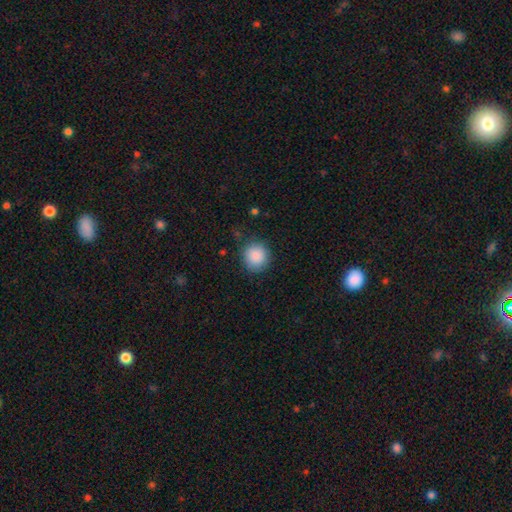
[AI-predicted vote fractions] Smooth or featured: smooth — 89% (star or artifact — 8%)
How rounded: round — 90% (in between — 9%)
Merging: none — 83% (minor disturbance — 12%)